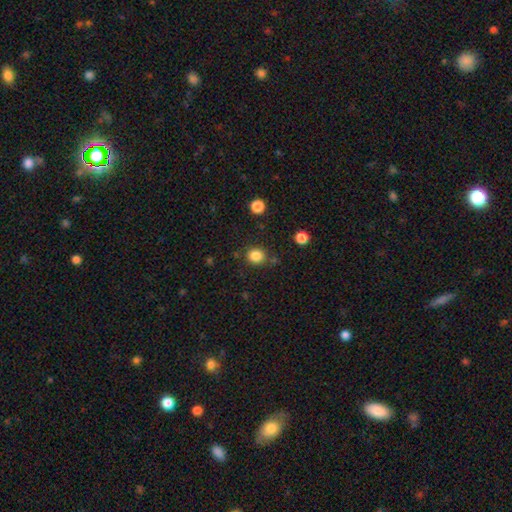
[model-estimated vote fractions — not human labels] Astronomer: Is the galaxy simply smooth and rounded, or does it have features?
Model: smooth — 84%.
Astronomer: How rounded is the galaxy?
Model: round — 79%.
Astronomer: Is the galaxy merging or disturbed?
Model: none — 81%.